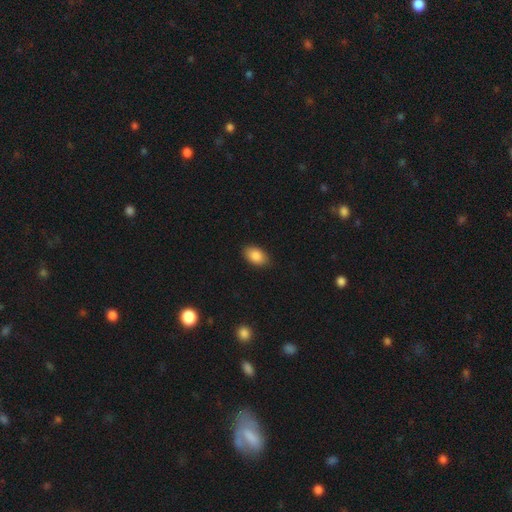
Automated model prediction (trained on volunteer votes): Smooth or featured? Predicted: smooth (p=0.87). How rounded? Predicted: in between (p=0.91). Merging? Predicted: none (p=0.86).